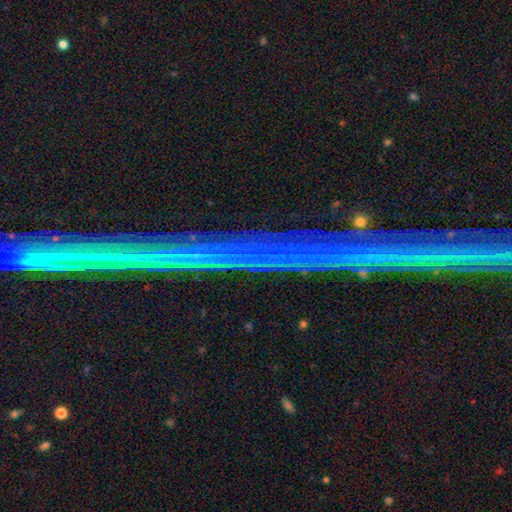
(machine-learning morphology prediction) Smooth or featured? Predicted: star or artifact (p=0.78).